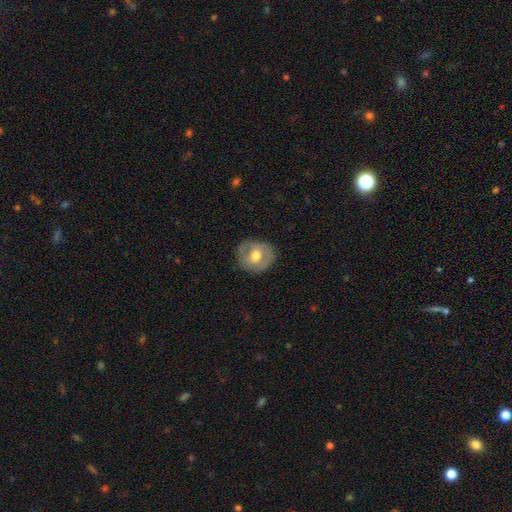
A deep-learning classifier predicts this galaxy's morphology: Q: Smooth or featured?
A: smooth (50%); runner-up: featured or disk (43%)
Q: How rounded?
A: round (76%); runner-up: in between (23%)
Q: Merging?
A: none (80%); runner-up: minor disturbance (15%)